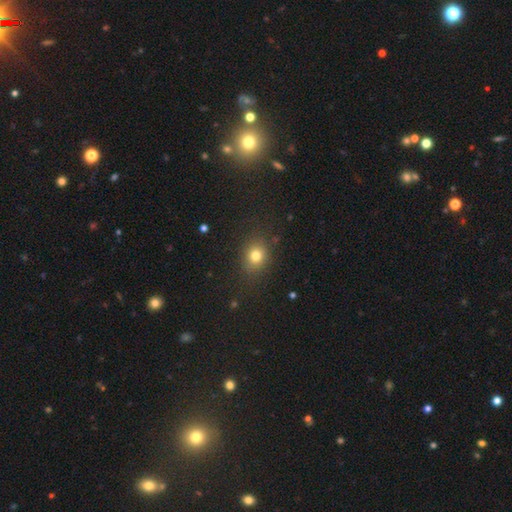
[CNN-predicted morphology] type=smooth (78%); roundness=round (65%); merging=none (83%).